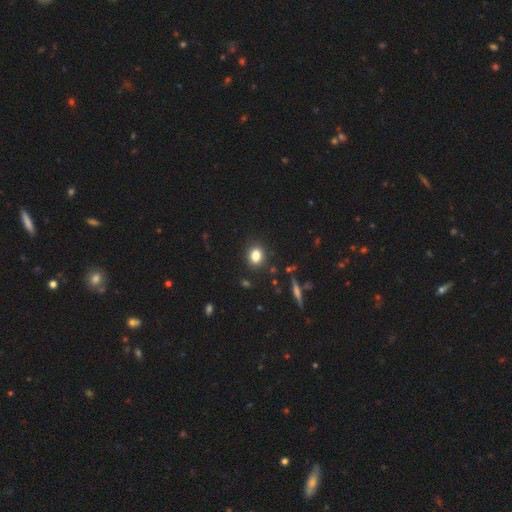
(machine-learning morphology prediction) This appears to be a smooth galaxy with no disk features (83%) that is round (57%). Merging: none (87%).